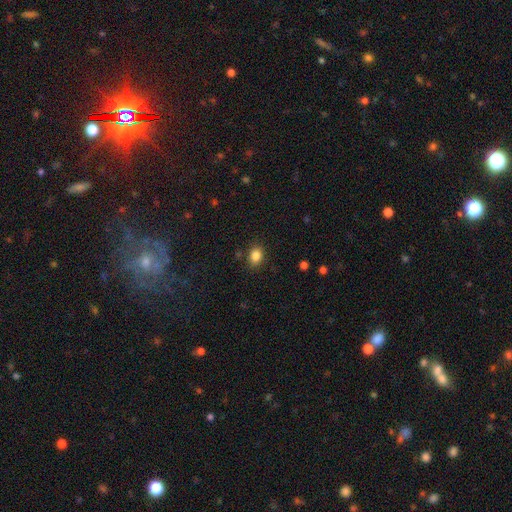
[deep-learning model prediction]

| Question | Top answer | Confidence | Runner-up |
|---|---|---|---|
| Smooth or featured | smooth | 85% | star or artifact (10%) |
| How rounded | in between | 60% | round (39%) |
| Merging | none | 86% | minor disturbance (10%) |